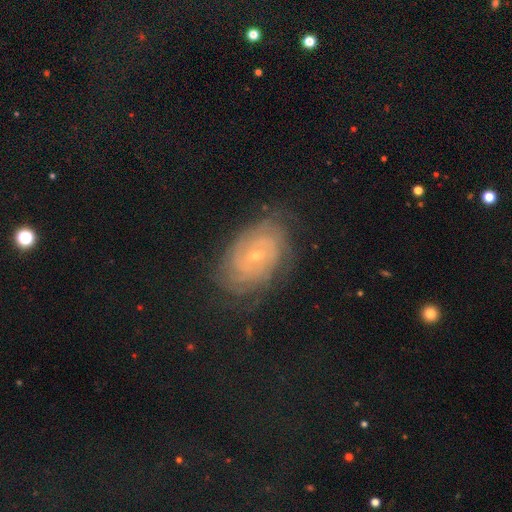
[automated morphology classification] Smooth or featured? featured or disk (83%)
Edge-on disk? no (96%)
Bar? weak (48%)
Spiral arms? yes (96%)
Spiral winding? tight (79%)
Spiral arm count? can't tell (39%)
Bulge size? small (70%)
Merging? none (78%)